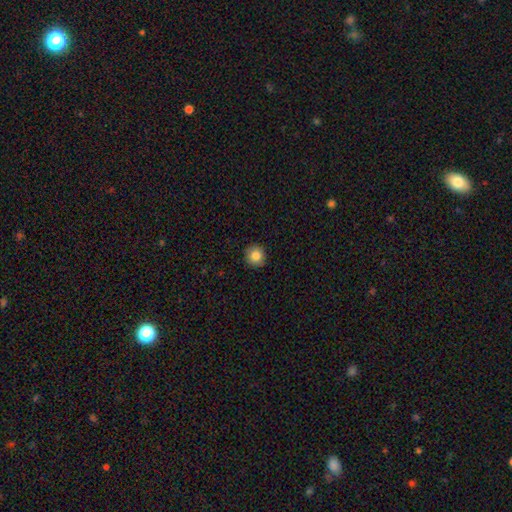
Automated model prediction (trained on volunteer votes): smooth_or_featured: smooth (p=0.84) [alt: star or artifact p=0.09]
how_rounded: round (p=0.94) [alt: in between p=0.05]
merging: none (p=0.92) [alt: minor disturbance p=0.06]